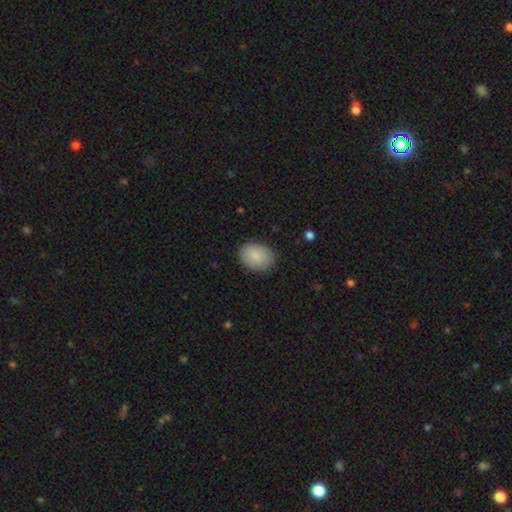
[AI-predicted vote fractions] smooth 87%, star or artifact 7%, featured or disk 6%. Down the decision tree: how rounded — in between (68%); merging — none (83%).